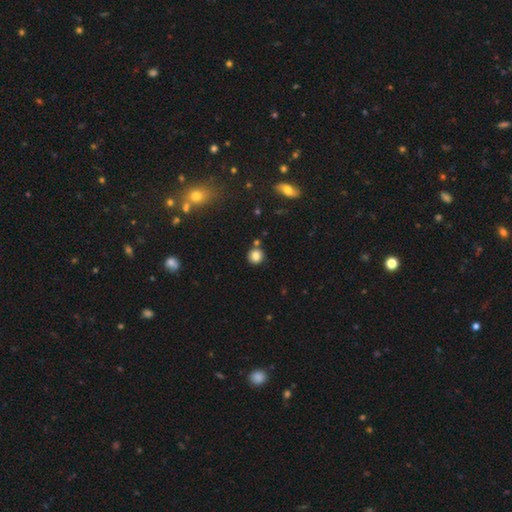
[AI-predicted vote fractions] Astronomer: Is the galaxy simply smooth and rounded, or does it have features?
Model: smooth — 83%.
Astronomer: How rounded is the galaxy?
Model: round — 90%.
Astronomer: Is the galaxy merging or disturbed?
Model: none — 81%.